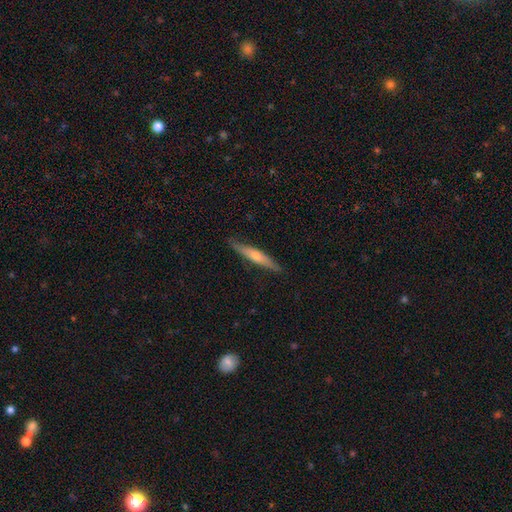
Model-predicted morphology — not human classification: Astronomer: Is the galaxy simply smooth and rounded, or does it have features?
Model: featured or disk — 53% (runner-up: smooth, 41%).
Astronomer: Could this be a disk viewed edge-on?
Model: yes — 93%.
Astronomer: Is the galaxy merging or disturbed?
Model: none — 85%.